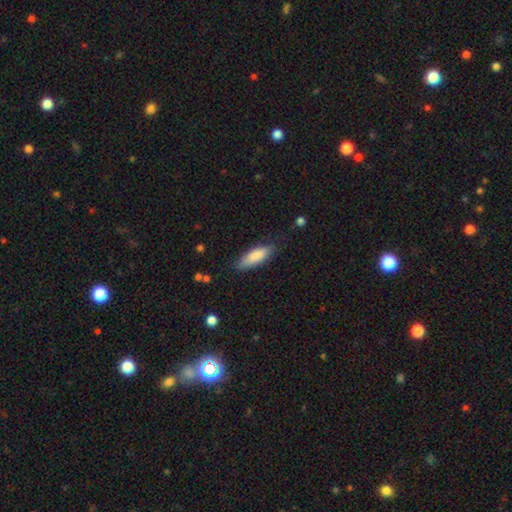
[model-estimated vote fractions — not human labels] smooth 84%, featured or disk 11%, star or artifact 6%. Down the decision tree: how rounded — in between (55%); merging — none (78%).